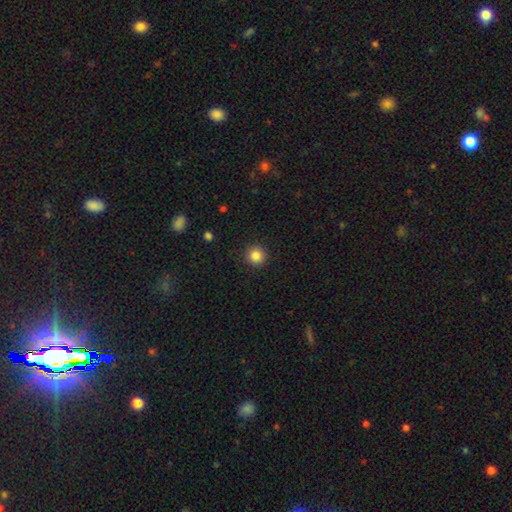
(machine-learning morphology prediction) The model was most divided on "smooth or featured": smooth: 85%, star or artifact: 11%, featured or disk: 4%. More confident: how rounded — round (95%); merging — none (92%).